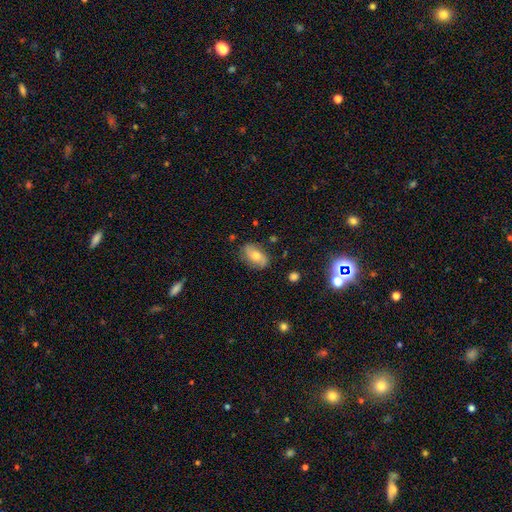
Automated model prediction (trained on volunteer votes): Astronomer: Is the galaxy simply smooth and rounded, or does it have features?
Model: smooth — 45%, tied with featured or disk at 45%.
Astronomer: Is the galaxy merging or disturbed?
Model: none — 77%.